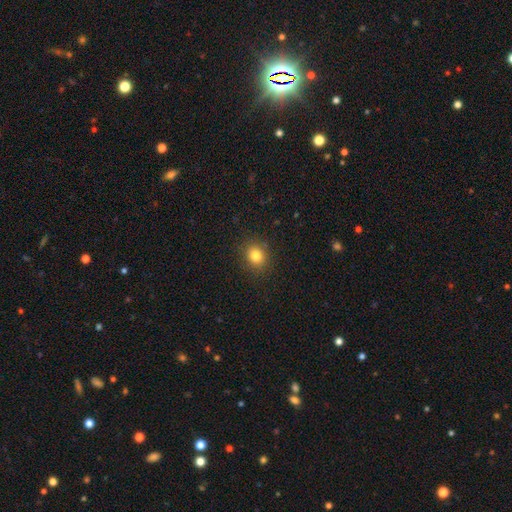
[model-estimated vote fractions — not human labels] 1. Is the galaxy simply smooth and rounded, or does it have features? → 81% smooth, 12% star or artifact, 7% featured or disk.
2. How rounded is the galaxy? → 69% round, 31% in between, 1% cigar-shaped.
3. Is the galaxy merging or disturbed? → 88% none, 8% minor disturbance, 3% major disturbance, 1% merger.